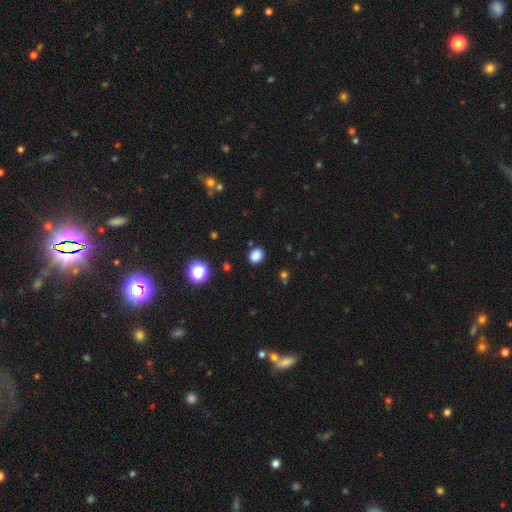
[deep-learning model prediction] Smooth or featured? Predicted: smooth (p=0.83). How rounded? Predicted: round (p=0.56). Merging? Predicted: none (p=0.86).